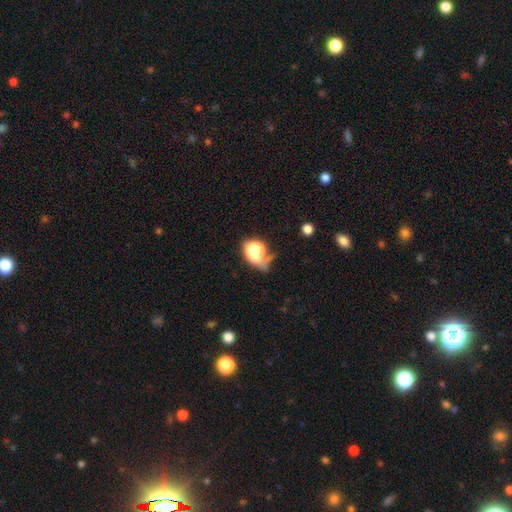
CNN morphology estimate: This is likely a smooth galaxy (64%). How rounded: possibly in between (51%). Merging: marginally none (37%).